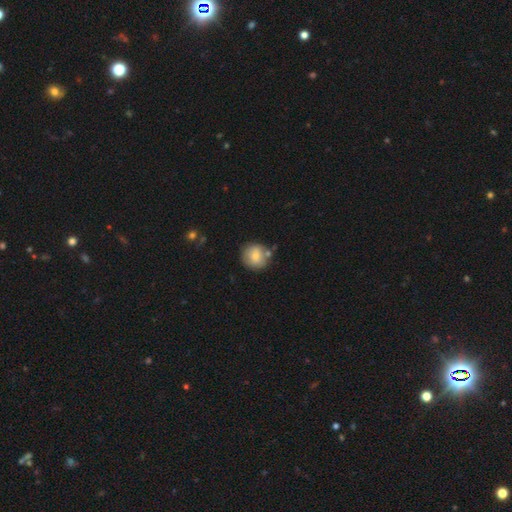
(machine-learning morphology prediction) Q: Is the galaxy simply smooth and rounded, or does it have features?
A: smooth — 76%.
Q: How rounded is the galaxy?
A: round — 91%.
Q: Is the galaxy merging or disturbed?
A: none — 73%.